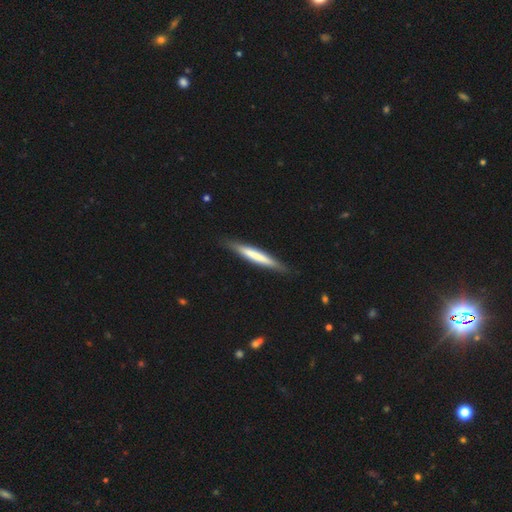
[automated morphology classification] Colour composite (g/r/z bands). It shows a smooth galaxy with no disk features (58%) that is cigar-shaped (95%). Merging: none (87%).